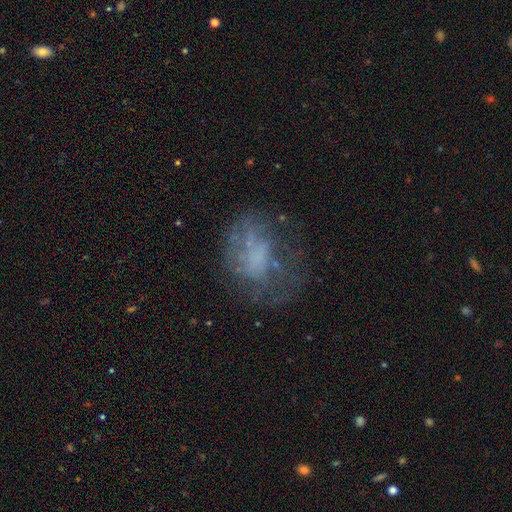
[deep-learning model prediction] This is possibly a featured or disk galaxy (49%). Merging: possibly none (47%).